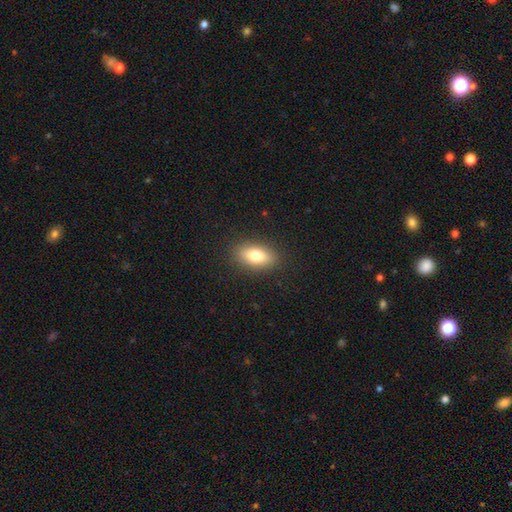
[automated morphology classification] A smooth galaxy with no disk features (78%) that is in between round and cigar-shaped (86%). Merging: none (89%).